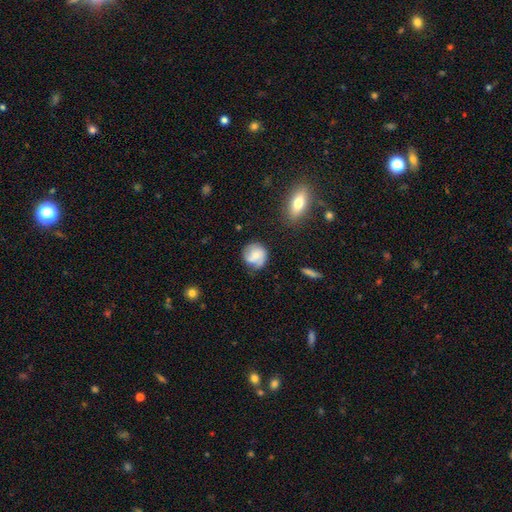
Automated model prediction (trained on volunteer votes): Smooth or featured? Predicted: featured or disk (p=0.47). Merging? Predicted: none (p=0.62).